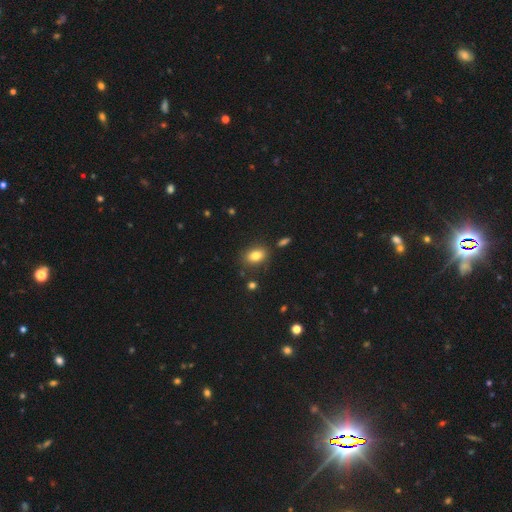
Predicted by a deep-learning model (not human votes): This is clearly a smooth galaxy (81%). How rounded: likely in between (74%). Merging: clearly none (82%).